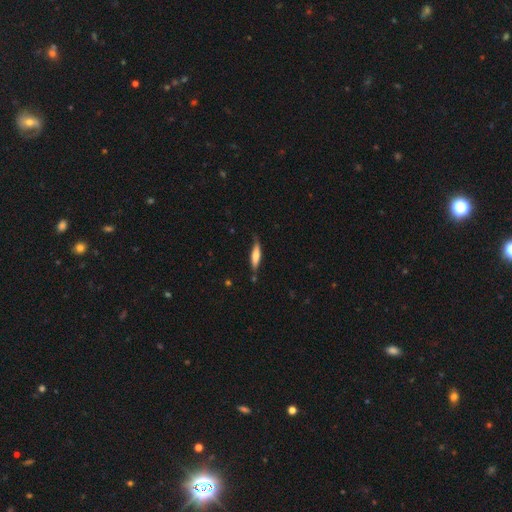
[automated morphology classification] The model was most divided on "smooth or featured": smooth: 63%, featured or disk: 31%, star or artifact: 6%. More confident: how rounded — cigar-shaped (75%); merging — none (74%).